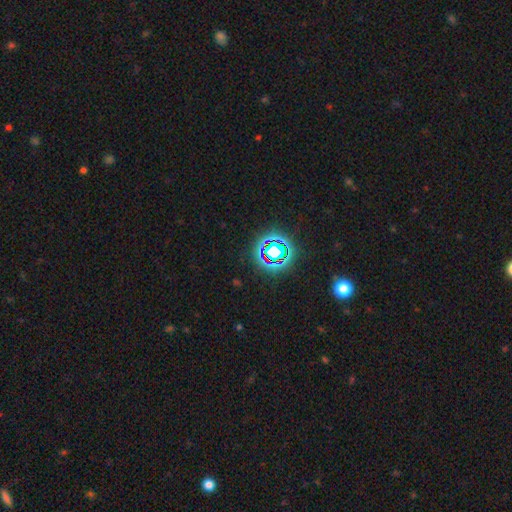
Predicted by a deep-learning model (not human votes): A star or artifact, not a galaxy (78%).

Vote fractions:
- Smooth or featured? star or artifact: 78% / smooth: 14% / featured or disk: 8%